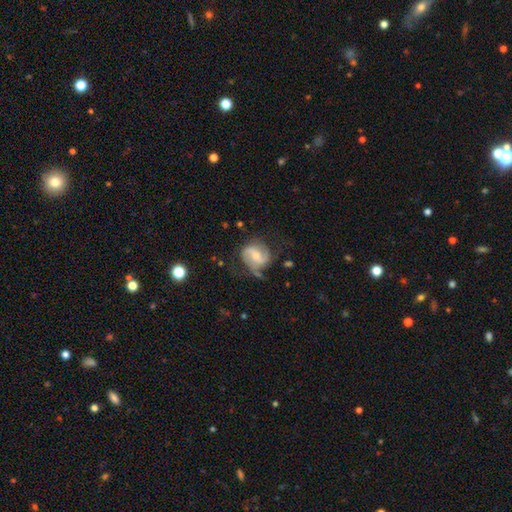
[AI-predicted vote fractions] Smooth or featured?
  - featured or disk: 74% *
  - smooth: 20%
  - star or artifact: 6%
Edge-on disk?
  - no: 97% *
  - yes: 3%
Bar?
  - weak: 46% *
  - no: 35%
  - strong: 19%
Spiral arms?
  - yes: 92% *
  - no: 8%
Spiral winding?
  - medium: 46% *
  - loose: 30%
  - tight: 24%
Spiral arm count?
  - 2: 70% *
  - can't tell: 11%
  - 3: 10%
  - 1: 5%
  - 4: 2%
  - more than 4: 2%
Bulge size?
  - moderate: 53% *
  - small: 41%
  - large: 3%
  - none: 2%
  - dominant: 1%
Merging?
  - none: 56% *
  - minor disturbance: 26%
  - major disturbance: 15%
  - merger: 3%